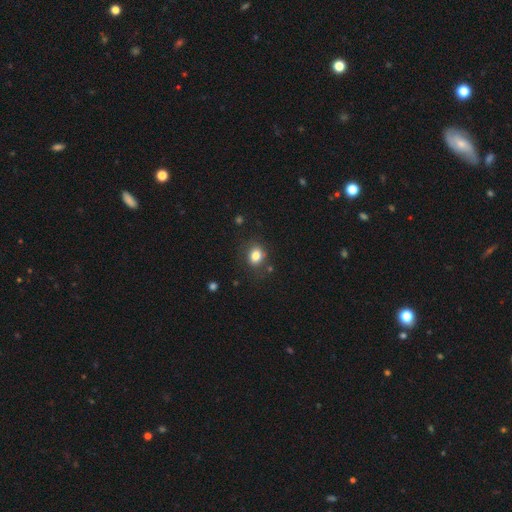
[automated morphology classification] smooth_or_featured: smooth (p=0.81) [alt: star or artifact p=0.11]
how_rounded: round (p=0.52) [alt: in between p=0.47]
merging: none (p=0.78) [alt: minor disturbance p=0.14]